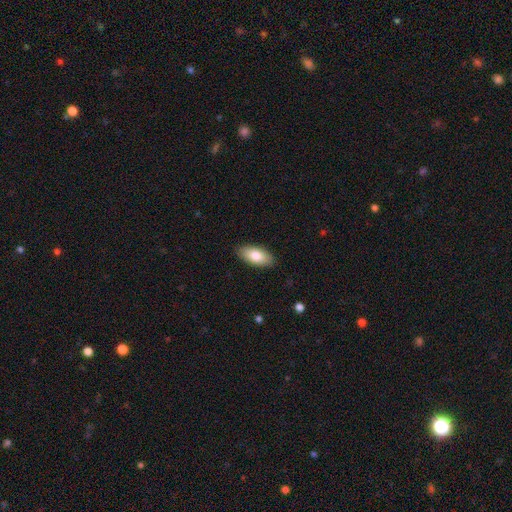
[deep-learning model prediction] The model was most divided on "smooth or featured": smooth: 81%, featured or disk: 13%, star or artifact: 6%. More confident: how rounded — in between (91%); merging — none (88%).